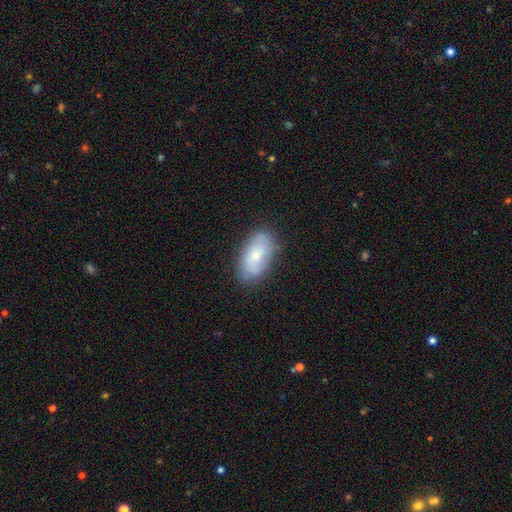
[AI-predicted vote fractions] A smooth galaxy with no disk features (62%) that is in between round and cigar-shaped (91%).

Vote fractions:
- Smooth or featured? smooth: 62% / featured or disk: 31% / star or artifact: 7%
- How rounded? in between: 91% / cigar-shaped: 5% / round: 4%
- Merging? none: 76% / minor disturbance: 18% / major disturbance: 4% / merger: 2%